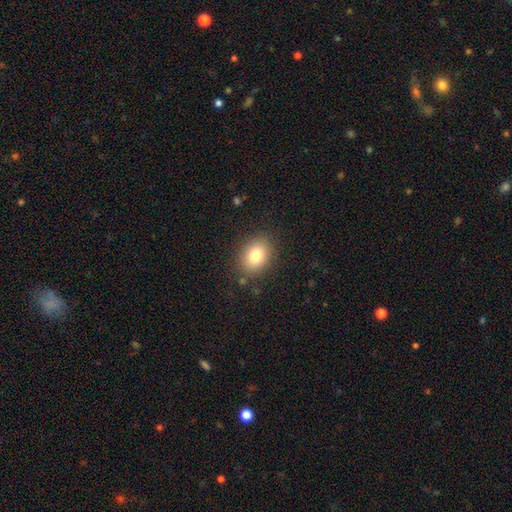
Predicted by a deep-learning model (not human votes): smooth-or-featured: smooth: 80% | featured or disk: 10% | star or artifact: 10%
  how-rounded: in between: 59% | round: 40% | cigar-shaped: 1%
  merging: none: 85% | minor disturbance: 10% | major disturbance: 3% | merger: 2%